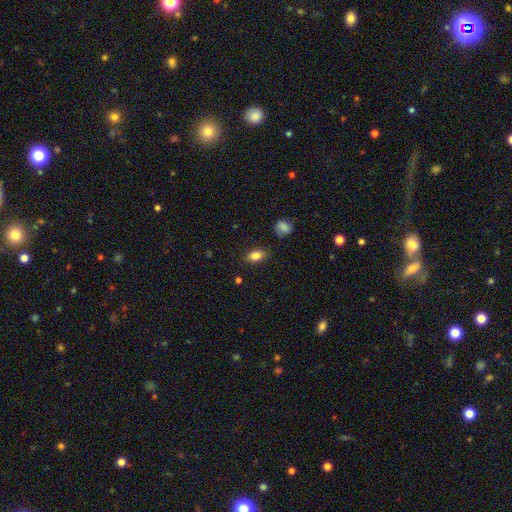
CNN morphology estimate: Q: Smooth or featured?
A: smooth (83%); runner-up: star or artifact (8%)
Q: How rounded?
A: in between (87%); runner-up: round (8%)
Q: Merging?
A: none (84%); runner-up: minor disturbance (11%)